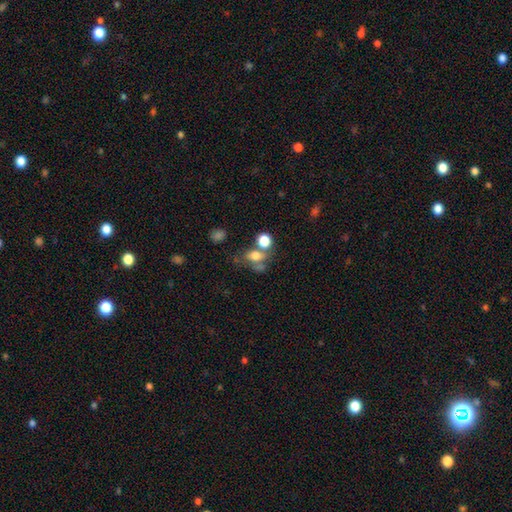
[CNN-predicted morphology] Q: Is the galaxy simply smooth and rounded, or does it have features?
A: smooth — 64%.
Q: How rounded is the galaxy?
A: in between — 58%.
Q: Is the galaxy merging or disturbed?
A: none — 37%.